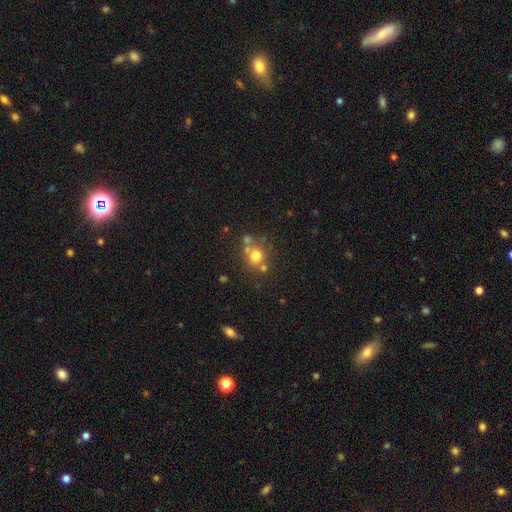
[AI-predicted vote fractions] The model was most divided on "merging": none: 59%, merger: 26%, minor disturbance: 11%, major disturbance: 5%. More confident: how rounded — round (83%); smooth or featured — smooth (70%).